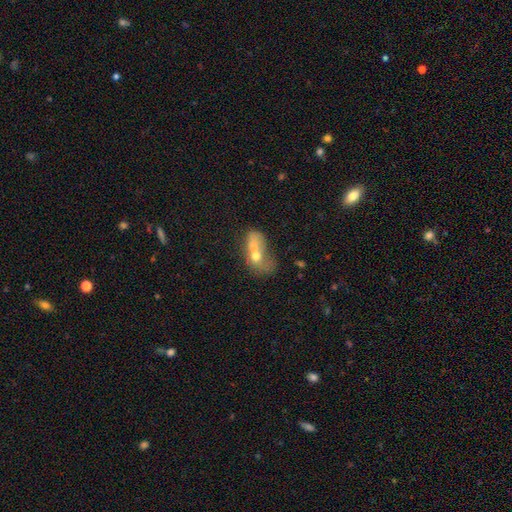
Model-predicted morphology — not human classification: Smooth or featured? Predicted: smooth (p=0.57). How rounded? Predicted: in between (p=0.73). Merging? Predicted: merger (p=0.62).